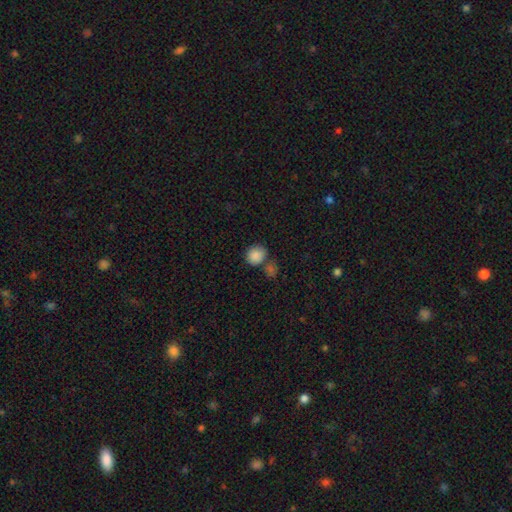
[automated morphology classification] A smooth galaxy with no disk features (87%) that is round (79%). Merging: none (61%).